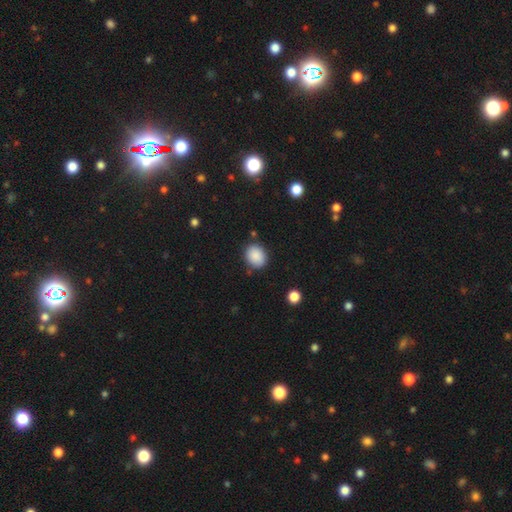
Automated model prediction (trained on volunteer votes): Smooth or featured: smooth — 88% (star or artifact — 8%)
How rounded: round — 51% (in between — 48%)
Merging: none — 83% (minor disturbance — 11%)